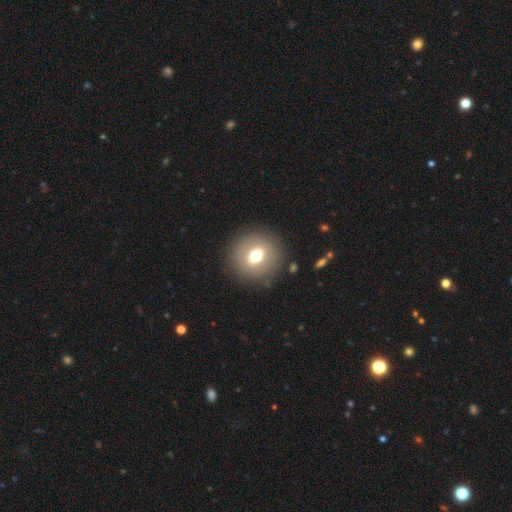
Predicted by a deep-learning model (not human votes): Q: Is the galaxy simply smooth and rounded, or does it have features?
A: smooth — 63%.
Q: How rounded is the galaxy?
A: round — 81%.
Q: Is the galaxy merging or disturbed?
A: none — 87%.